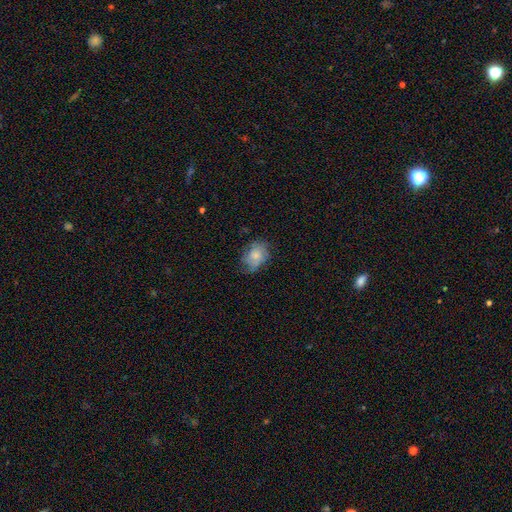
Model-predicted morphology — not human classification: Q: Smooth or featured?
A: smooth (64%); runner-up: featured or disk (28%)
Q: How rounded?
A: in between (65%); runner-up: round (33%)
Q: Merging?
A: none (58%); runner-up: minor disturbance (29%)